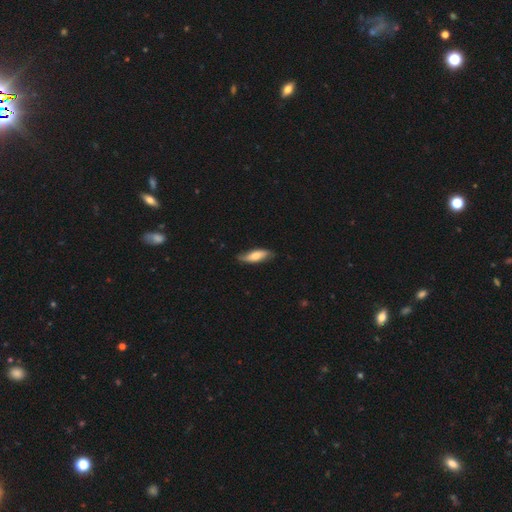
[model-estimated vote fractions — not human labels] Smooth or featured?
  - smooth: 61% *
  - featured or disk: 34%
  - star or artifact: 6%
How rounded?
  - in between: 56% *
  - cigar-shaped: 42%
  - round: 2%
Merging?
  - none: 74% *
  - minor disturbance: 21%
  - major disturbance: 3%
  - merger: 1%